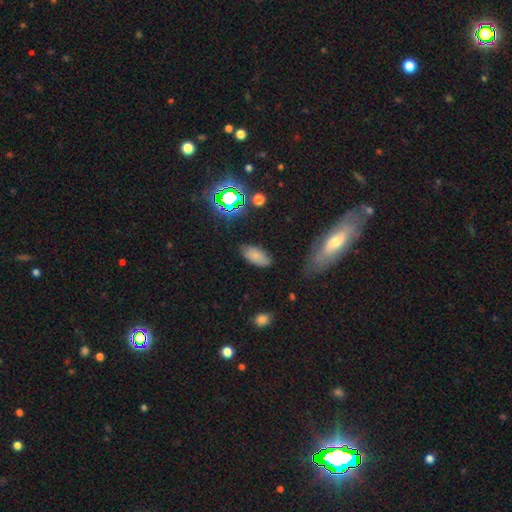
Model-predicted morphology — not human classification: Smooth or featured? smooth (76%)
How rounded? in between (91%)
Merging? none (79%)